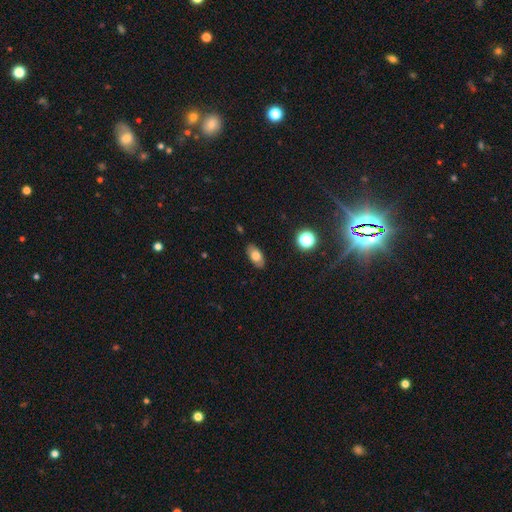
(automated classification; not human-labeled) Q: Smooth or featured?
A: smooth (76%); runner-up: featured or disk (16%)
Q: How rounded?
A: in between (90%); runner-up: round (5%)
Q: Merging?
A: none (86%); runner-up: minor disturbance (10%)